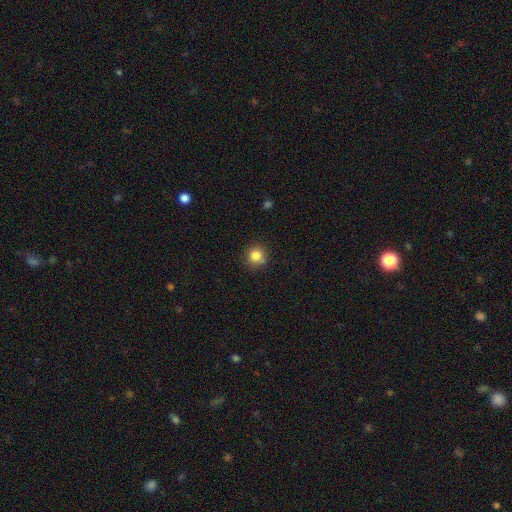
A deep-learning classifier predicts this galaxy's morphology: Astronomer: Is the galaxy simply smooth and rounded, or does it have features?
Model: smooth — 82%.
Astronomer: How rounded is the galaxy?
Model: round — 92%.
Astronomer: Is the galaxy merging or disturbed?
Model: none — 82%.